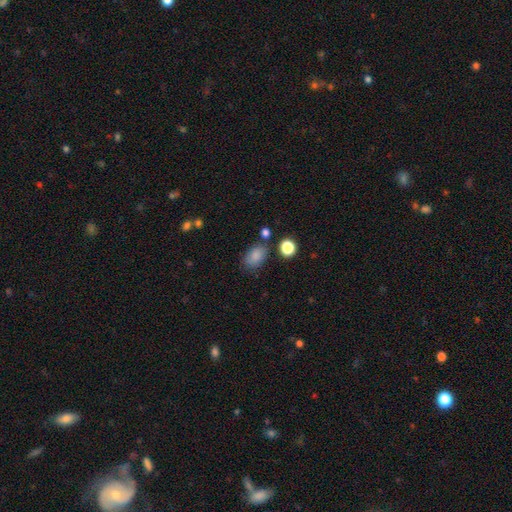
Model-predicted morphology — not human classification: This appears to be a smooth galaxy with no disk features (84%) that is in between round and cigar-shaped (83%). Merging: none (73%).